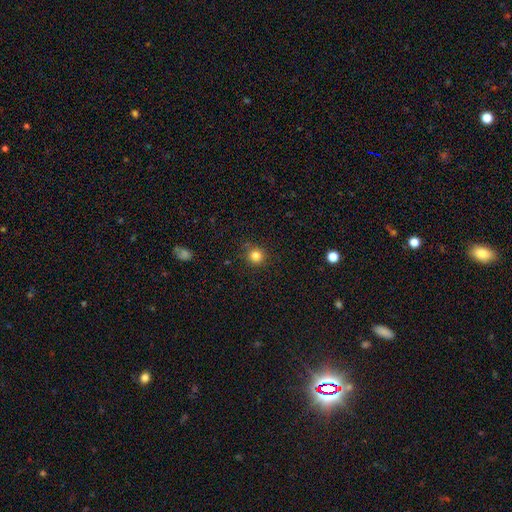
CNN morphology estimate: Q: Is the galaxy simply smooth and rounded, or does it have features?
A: smooth — 82%.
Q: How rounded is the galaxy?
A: round — 93%.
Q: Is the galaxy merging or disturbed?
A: none — 87%.